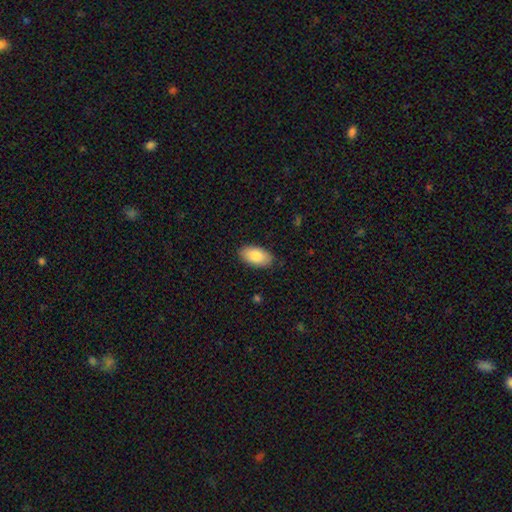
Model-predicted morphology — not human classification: A smooth galaxy with no disk features (85%) that is in between round and cigar-shaped (95%). Merging: none (87%).